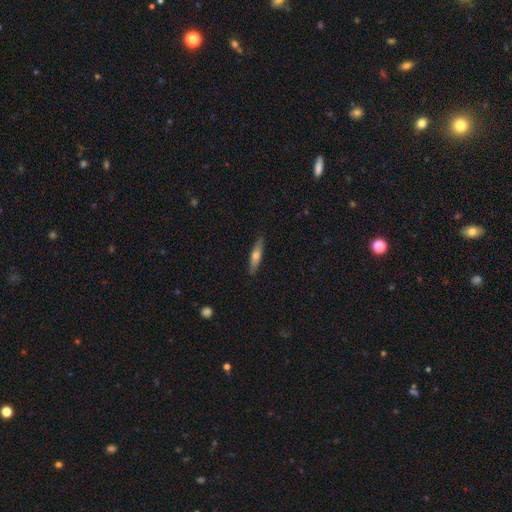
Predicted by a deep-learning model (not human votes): Smooth or featured? Predicted: smooth (p=0.51). How rounded? Predicted: cigar-shaped (p=0.80). Merging? Predicted: none (p=0.89).